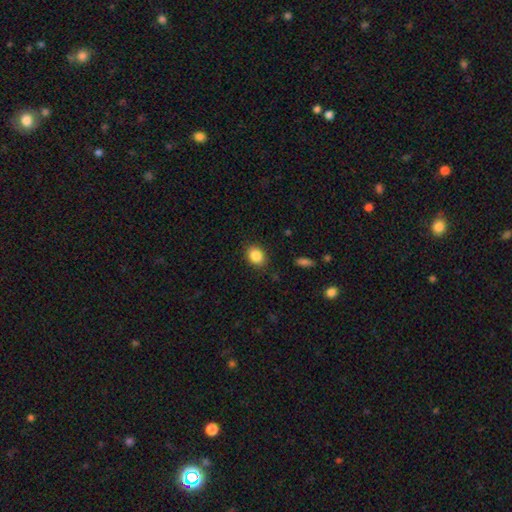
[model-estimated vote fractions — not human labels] A smooth galaxy with no disk features (86%) that is in between round and cigar-shaped (60%). Merging: none (87%).